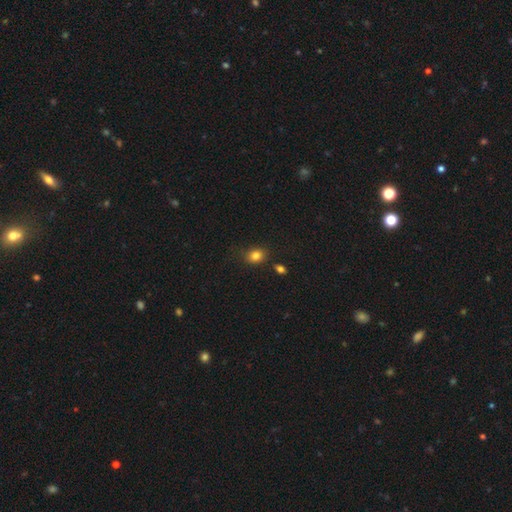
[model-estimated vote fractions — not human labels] This appears to be a smooth galaxy with no disk features (81%) that is round (54%). Merging: none (78%).